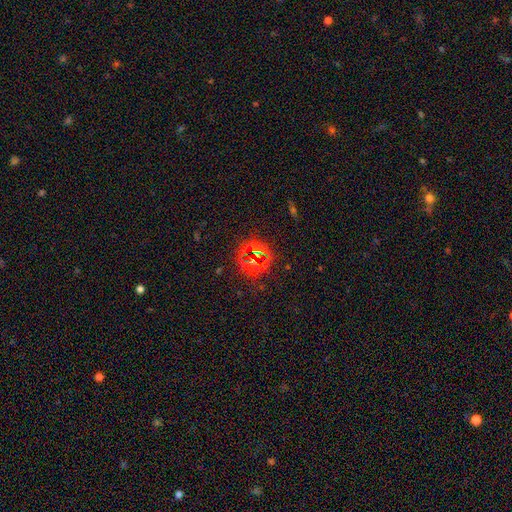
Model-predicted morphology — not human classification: This is likely a star or artifact rather than a galaxy (73%).